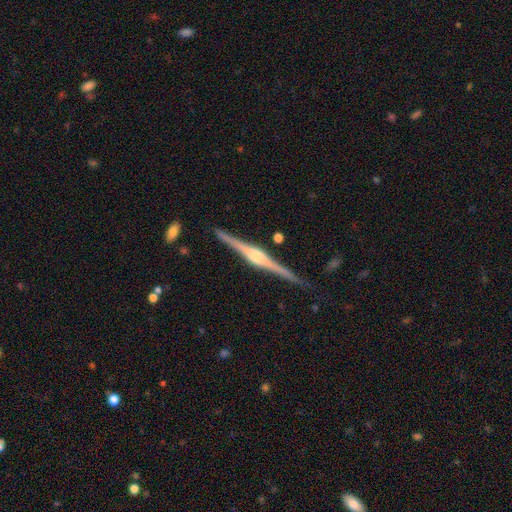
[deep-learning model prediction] Smooth or featured: featured or disk — 87% (smooth — 8%)
Edge-on disk: yes — 99% (no — 1%)
Edge-on bulge: rounded — 78% (boxy — 18%)
Merging: none — 89% (minor disturbance — 8%)